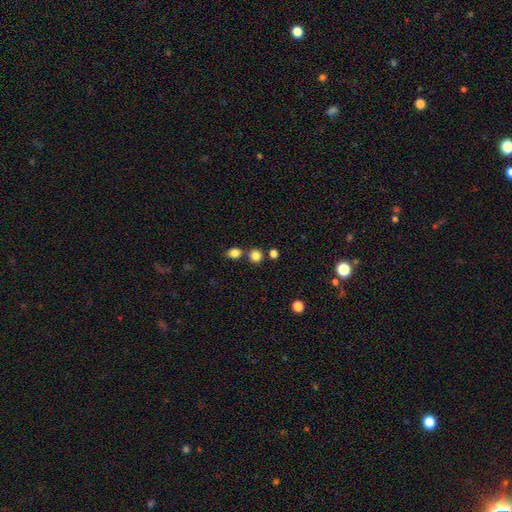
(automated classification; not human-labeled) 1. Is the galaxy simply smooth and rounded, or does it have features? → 82% smooth, 13% star or artifact, 5% featured or disk.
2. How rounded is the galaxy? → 82% round, 17% in between, 1% cigar-shaped.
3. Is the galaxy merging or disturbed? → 67% none, 21% merger, 8% minor disturbance, 3% major disturbance.